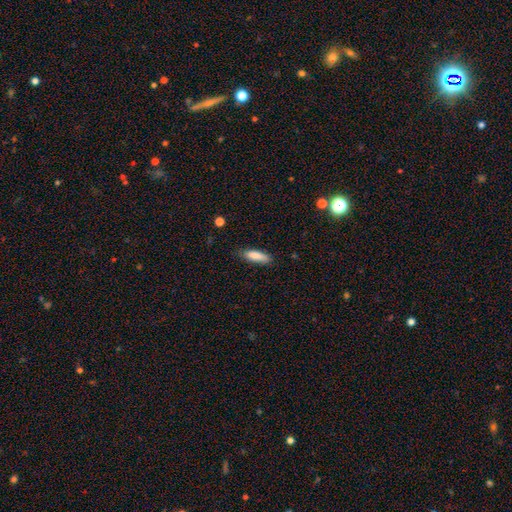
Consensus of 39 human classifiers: smooth-or-featured: smooth: 79% | featured or disk: 18% | star or artifact: 3%
  how-rounded: in between: 55% | cigar-shaped: 42% | round: 3%
  merging: none: 79% | minor disturbance: 18% | major disturbance: 3% | merger: 0%